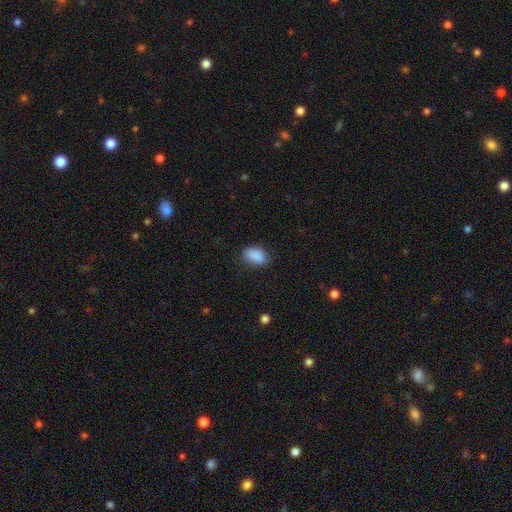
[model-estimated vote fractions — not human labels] Smooth or featured: smooth — 89% (star or artifact — 8%)
How rounded: in between — 86% (round — 12%)
Merging: none — 80% (minor disturbance — 15%)